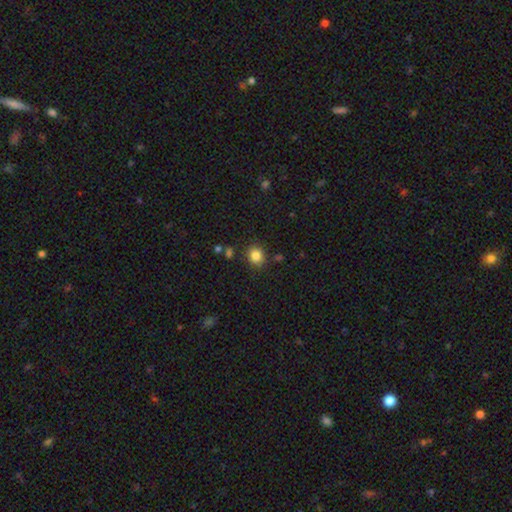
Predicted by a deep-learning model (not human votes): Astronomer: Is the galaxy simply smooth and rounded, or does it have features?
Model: smooth — 84%.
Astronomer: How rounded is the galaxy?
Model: round — 72%.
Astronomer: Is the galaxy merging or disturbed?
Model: none — 83%.